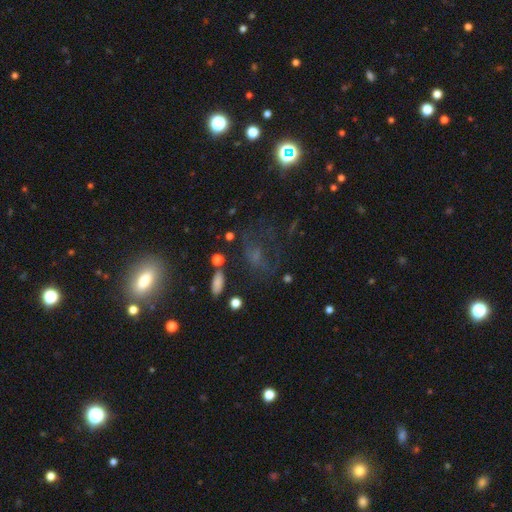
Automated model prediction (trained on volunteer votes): Smooth or featured?
  - smooth: 38% *
  - star or artifact: 35%
  - featured or disk: 27%
Merging?
  - none: 56% *
  - major disturbance: 21%
  - minor disturbance: 18%
  - merger: 5%